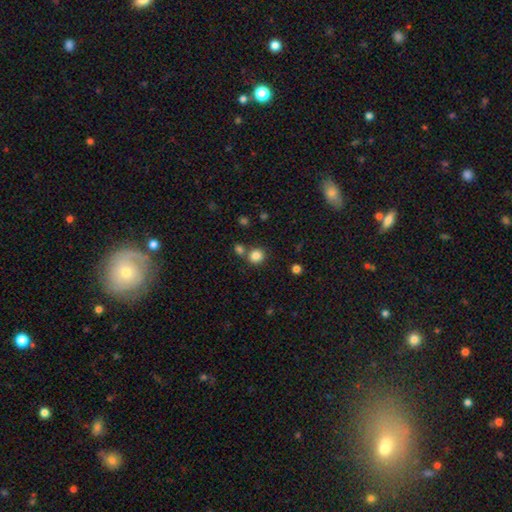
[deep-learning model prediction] The model was most divided on "merging": none: 70%, merger: 19%, minor disturbance: 8%, major disturbance: 3%. More confident: how rounded — round (86%); smooth or featured — smooth (85%).